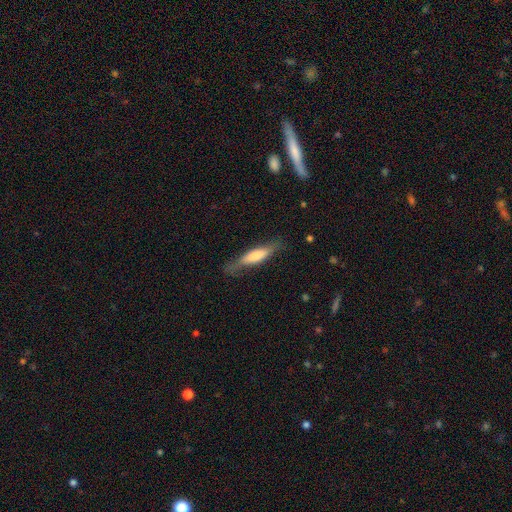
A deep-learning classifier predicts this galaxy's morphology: A smooth galaxy with no disk features (63%) that is cigar-shaped (73%).

Vote fractions:
- Smooth or featured? smooth: 63% / featured or disk: 31% / star or artifact: 6%
- How rounded? cigar-shaped: 73% / in between: 26% / round: 2%
- Merging? none: 71% / minor disturbance: 20% / major disturbance: 7% / merger: 2%